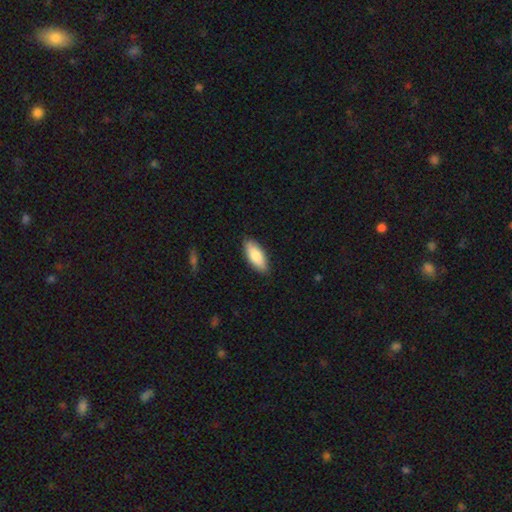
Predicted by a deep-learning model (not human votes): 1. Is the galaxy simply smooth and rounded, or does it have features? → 85% smooth, 10% featured or disk, 5% star or artifact.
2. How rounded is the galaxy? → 82% in between, 16% cigar-shaped, 2% round.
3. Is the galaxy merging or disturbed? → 86% none, 11% minor disturbance, 2% major disturbance, 1% merger.